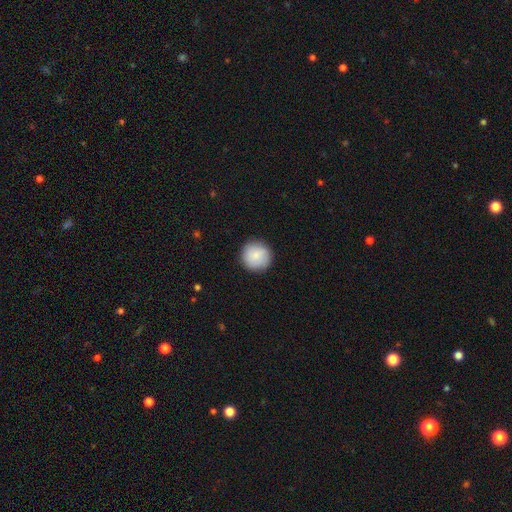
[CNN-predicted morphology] Smooth or featured? Predicted: smooth (p=0.86). How rounded? Predicted: round (p=0.95). Merging? Predicted: none (p=0.90).